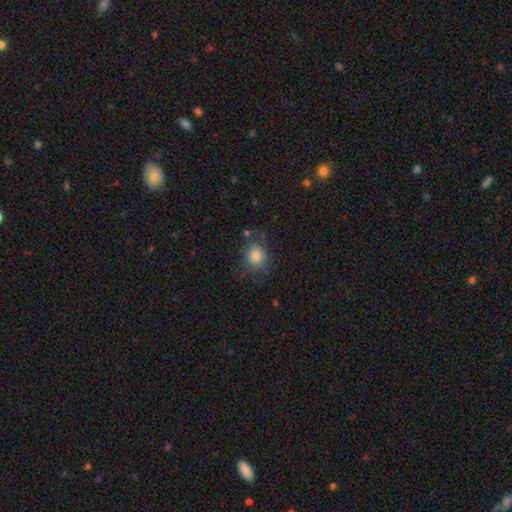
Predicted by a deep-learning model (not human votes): smooth_or_featured: smooth (p=0.82) [alt: star or artifact p=0.10]
how_rounded: round (p=0.70) [alt: in between p=0.29]
merging: none (p=0.69) [alt: minor disturbance p=0.19]